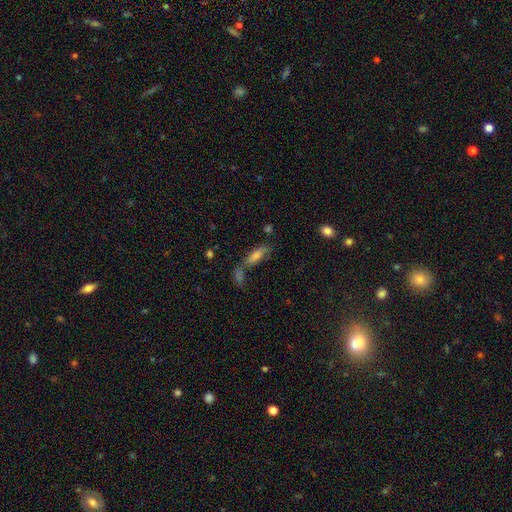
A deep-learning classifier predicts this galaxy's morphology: smooth-or-featured: smooth: 64% | featured or disk: 21% | star or artifact: 15%
  how-rounded: cigar-shaped: 51% | in between: 46% | round: 3%
  merging: none: 45% | merger: 34% | minor disturbance: 13% | major disturbance: 7%